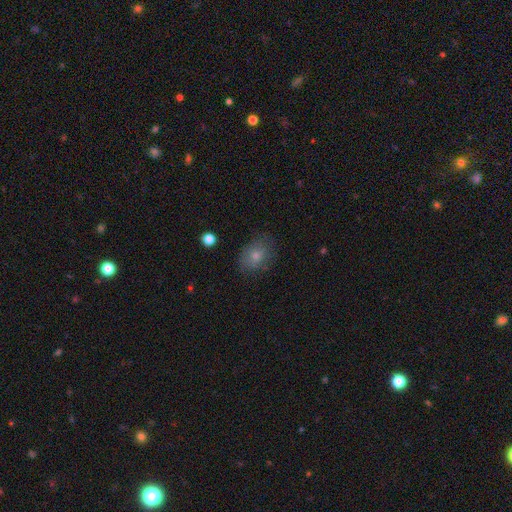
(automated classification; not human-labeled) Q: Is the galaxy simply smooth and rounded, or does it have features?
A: smooth — 65%.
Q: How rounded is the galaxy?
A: in between — 59%.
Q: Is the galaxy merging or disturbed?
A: none — 79%.